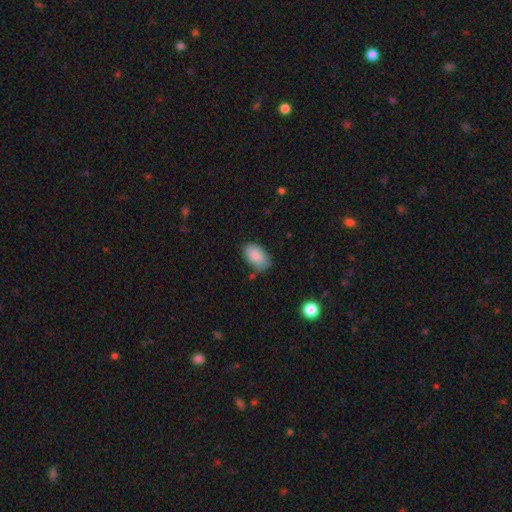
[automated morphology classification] Q: Smooth or featured?
A: smooth (87%); runner-up: star or artifact (7%)
Q: How rounded?
A: in between (93%); runner-up: round (6%)
Q: Merging?
A: none (72%); runner-up: minor disturbance (20%)